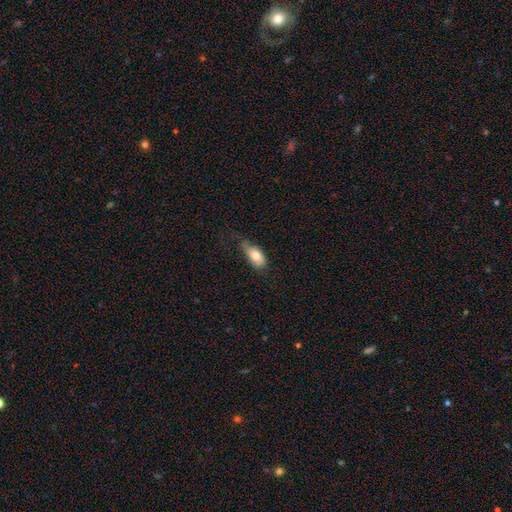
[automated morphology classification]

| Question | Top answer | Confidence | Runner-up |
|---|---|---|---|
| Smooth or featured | smooth | 76% | featured or disk (17%) |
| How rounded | in between | 87% | cigar-shaped (8%) |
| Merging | minor disturbance | 42% | none (41%) |